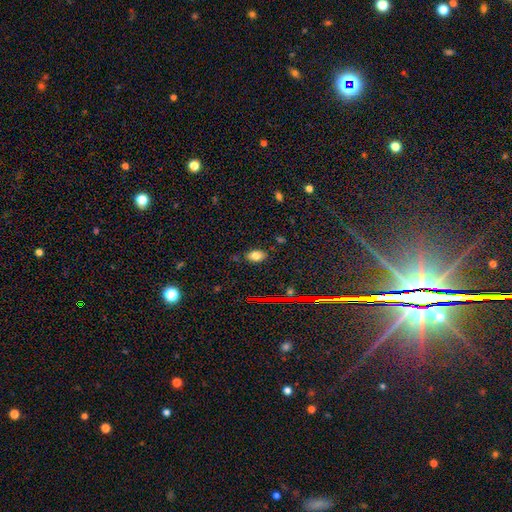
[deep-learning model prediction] Smooth or featured: smooth — 76% (star or artifact — 13%)
How rounded: in between — 89% (round — 8%)
Merging: none — 80% (minor disturbance — 14%)